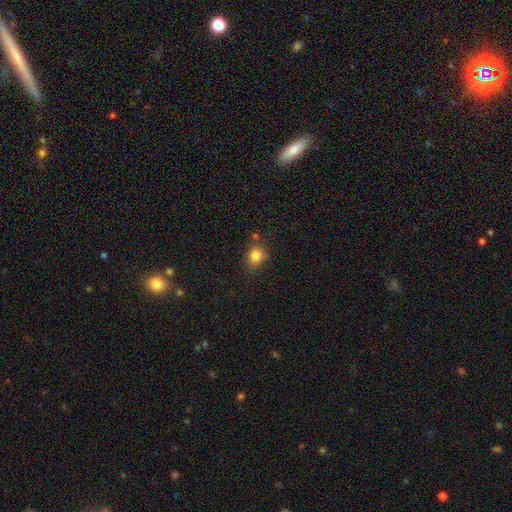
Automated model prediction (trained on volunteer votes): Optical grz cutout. It shows a smooth galaxy with no disk features (83%) that is round (64%). Merging: none (72%).